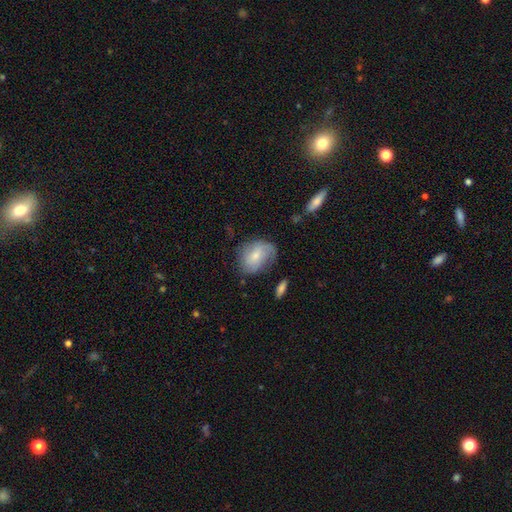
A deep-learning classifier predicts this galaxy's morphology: Smooth or featured?
  - smooth: 54% *
  - featured or disk: 39%
  - star or artifact: 7%
How rounded?
  - in between: 65% *
  - round: 33%
  - cigar-shaped: 2%
Merging?
  - none: 56% *
  - minor disturbance: 29%
  - major disturbance: 13%
  - merger: 3%